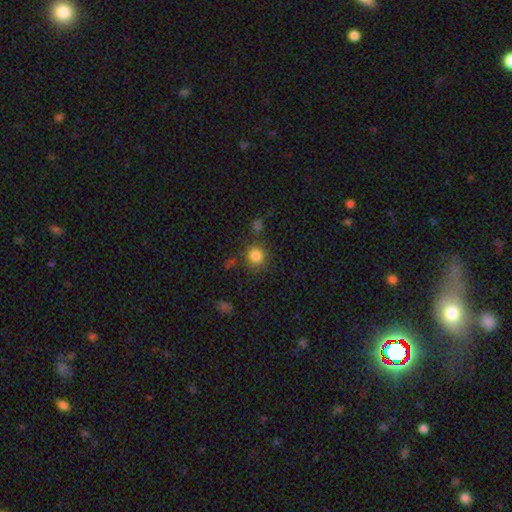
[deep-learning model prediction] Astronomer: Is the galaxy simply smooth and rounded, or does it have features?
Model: smooth — 83%.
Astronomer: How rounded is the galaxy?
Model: round — 90%.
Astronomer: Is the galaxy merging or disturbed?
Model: none — 79%.